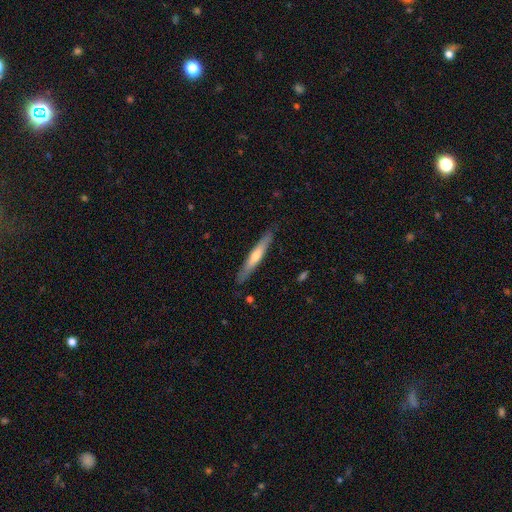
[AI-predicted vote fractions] Smooth or featured: smooth — 52% (featured or disk — 43%)
How rounded: cigar-shaped — 94% (in between — 5%)
Merging: none — 87% (minor disturbance — 10%)